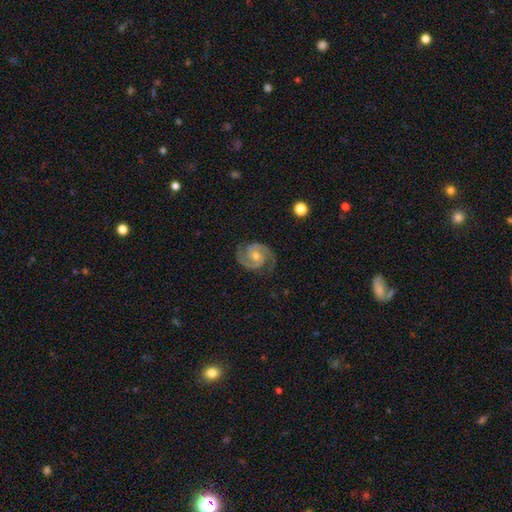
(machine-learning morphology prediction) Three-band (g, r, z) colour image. It shows a featured or disk galaxy (92%) with no bar (55%), 2 (93%) tight (49%) spiral arms (99%) and a moderate central bulge (57%). Merging: none (83%).